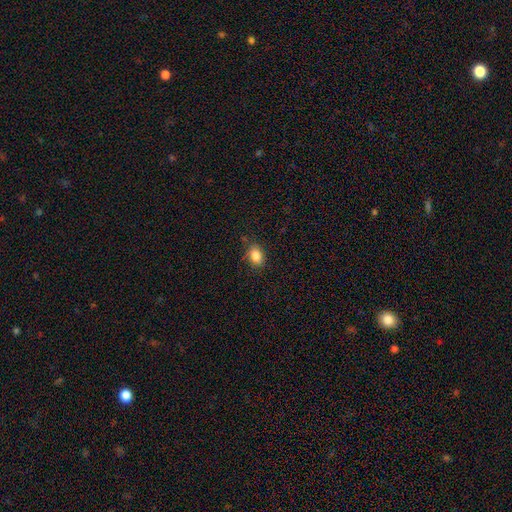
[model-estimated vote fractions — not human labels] This appears to be a smooth galaxy with no disk features (84%) that is in between round and cigar-shaped (77%). Merging: none (81%).